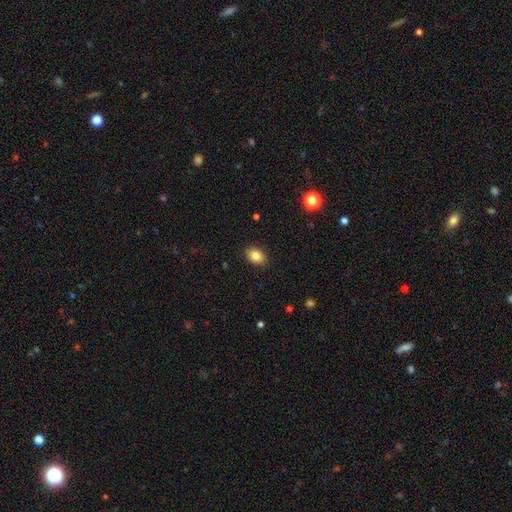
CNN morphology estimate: Overall: smooth (85%). How rounded: in between (83%). Merging: none (89%).